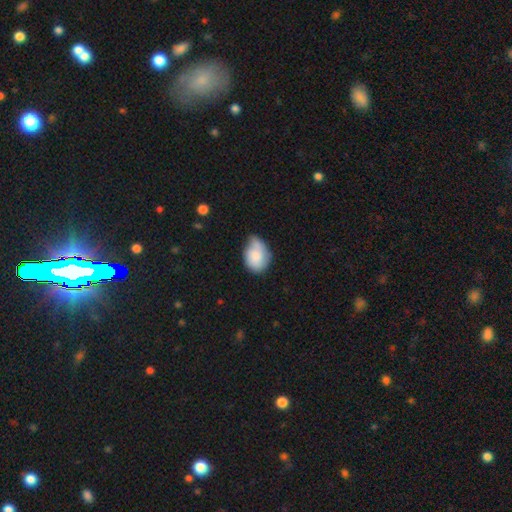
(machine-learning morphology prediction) Smooth or featured?
  - smooth: 71% *
  - featured or disk: 22%
  - star or artifact: 7%
How rounded?
  - in between: 69% *
  - round: 29%
  - cigar-shaped: 1%
Merging?
  - minor disturbance: 43% *
  - none: 35%
  - major disturbance: 13%
  - merger: 9%